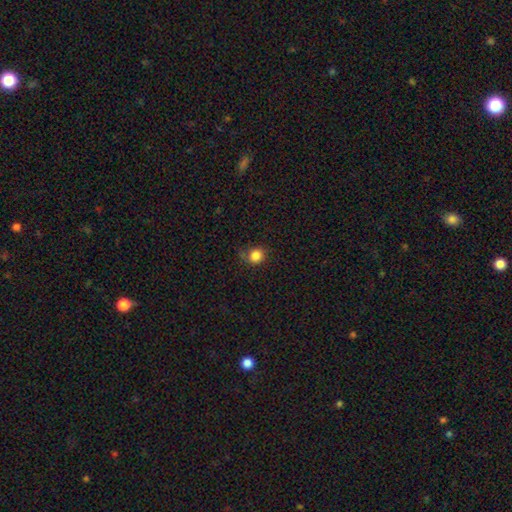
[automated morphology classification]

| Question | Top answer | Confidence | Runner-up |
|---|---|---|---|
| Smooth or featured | smooth | 84% | star or artifact (11%) |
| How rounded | round | 83% | in between (16%) |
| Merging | none | 70% | minor disturbance (21%) |